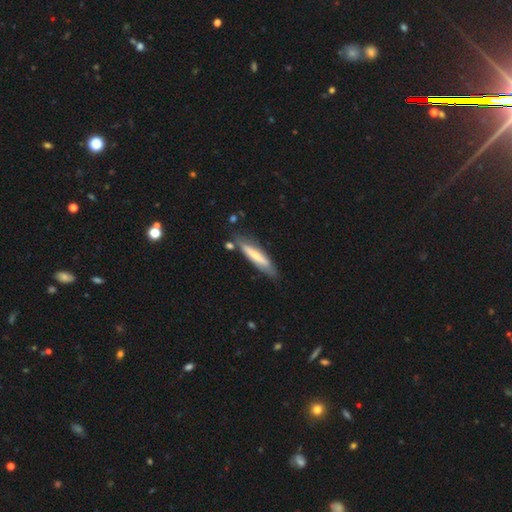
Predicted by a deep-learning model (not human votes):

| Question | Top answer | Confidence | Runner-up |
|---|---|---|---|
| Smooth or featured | smooth | 50% | featured or disk (44%) |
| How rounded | cigar-shaped | 81% | in between (18%) |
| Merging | none | 70% | minor disturbance (19%) |